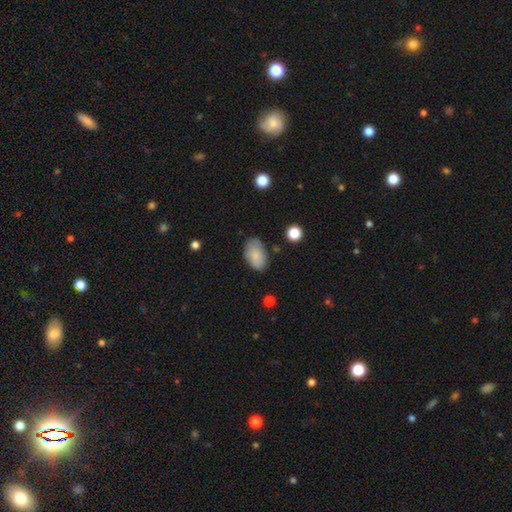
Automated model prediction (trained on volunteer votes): Smooth or featured? Predicted: smooth (p=0.82). How rounded? Predicted: in between (p=0.92). Merging? Predicted: none (p=0.73).